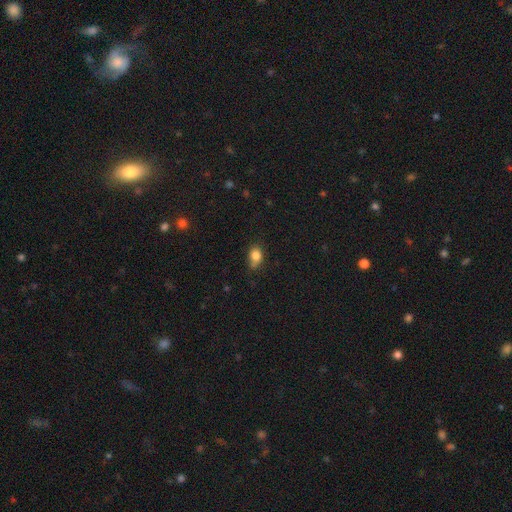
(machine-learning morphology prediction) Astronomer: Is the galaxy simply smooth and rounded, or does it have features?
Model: smooth — 83%.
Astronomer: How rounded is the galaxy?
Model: in between — 60% (runner-up: round, 39%).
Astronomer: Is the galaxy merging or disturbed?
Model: none — 56% (runner-up: minor disturbance, 31%).